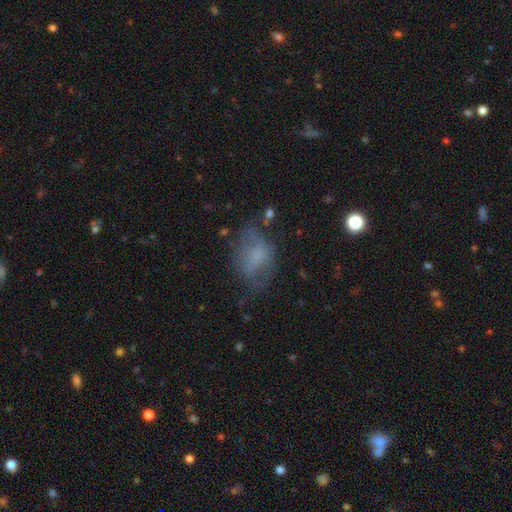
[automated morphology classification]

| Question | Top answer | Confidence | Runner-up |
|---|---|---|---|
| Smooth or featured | smooth | 53% | featured or disk (34%) |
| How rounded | in between | 79% | round (19%) |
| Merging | none | 46% | minor disturbance (27%) |